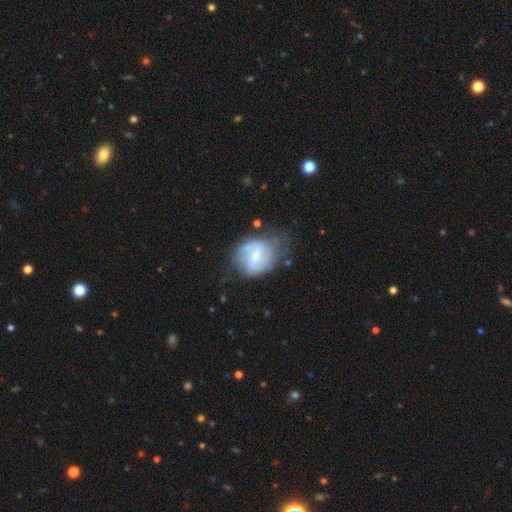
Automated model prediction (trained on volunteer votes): featured or disk 62%, smooth 31%, star or artifact 7%. Down the decision tree: edge-on disk — no (97%); bar — weak (55%); spiral arms — yes (77%); bulge size — small (46%); merging — none (46%).